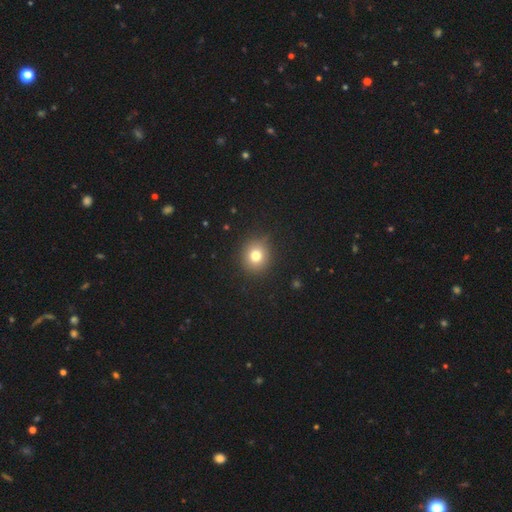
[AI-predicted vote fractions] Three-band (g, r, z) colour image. It shows a smooth galaxy with no disk features (77%) that is round (86%). Merging: none (87%).